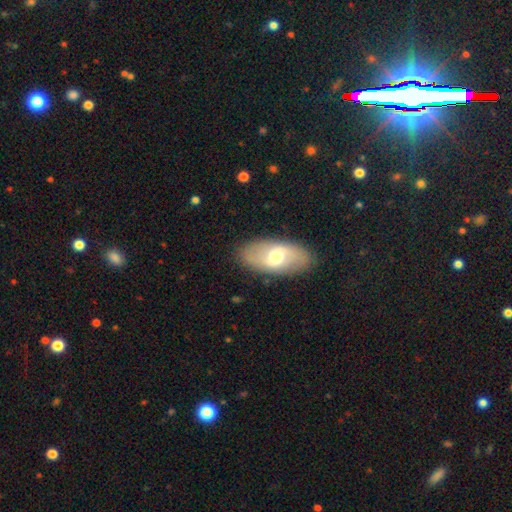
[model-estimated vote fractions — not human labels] This is possibly a featured or disk galaxy (47%, tied with smooth). Merging: clearly none (87%).